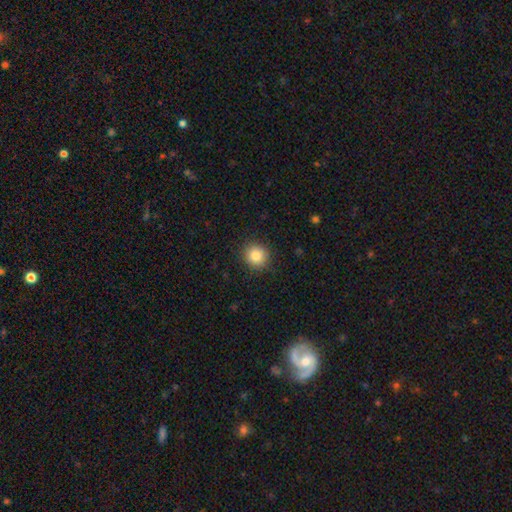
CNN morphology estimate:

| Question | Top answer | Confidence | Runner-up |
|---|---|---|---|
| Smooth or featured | smooth | 86% | star or artifact (10%) |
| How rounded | round | 91% | in between (8%) |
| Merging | none | 90% | minor disturbance (7%) |